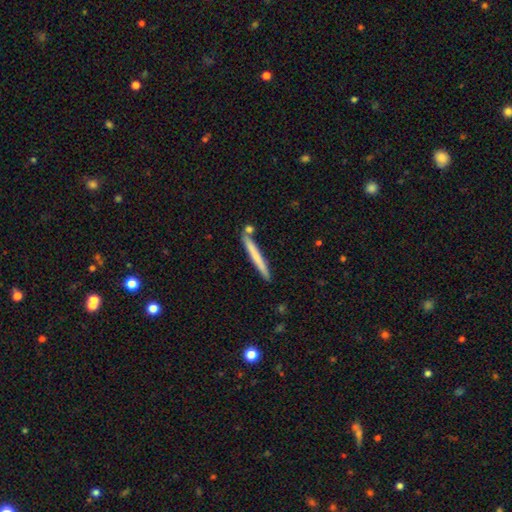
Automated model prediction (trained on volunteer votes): smooth_or_featured: smooth (p=0.62) [alt: featured or disk p=0.32]
how_rounded: cigar-shaped (p=0.97) [alt: in between p=0.02]
merging: none (p=0.82) [alt: minor disturbance p=0.10]